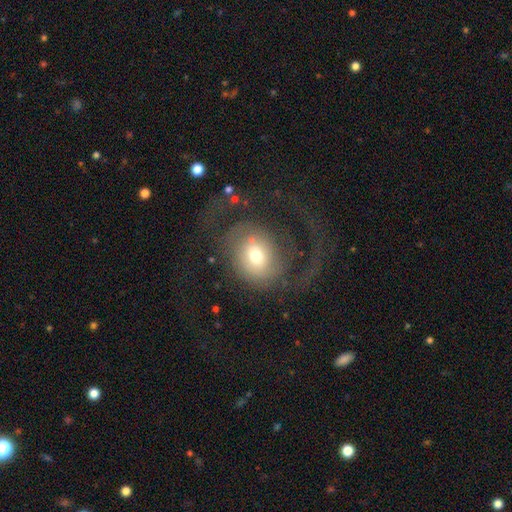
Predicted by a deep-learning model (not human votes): Smooth or featured? featured or disk (53%)
Edge-on disk? no (96%)
Bar? no (67%)
Spiral arms? yes (68%)
Bulge size? moderate (58%)
Merging? major disturbance (51%)